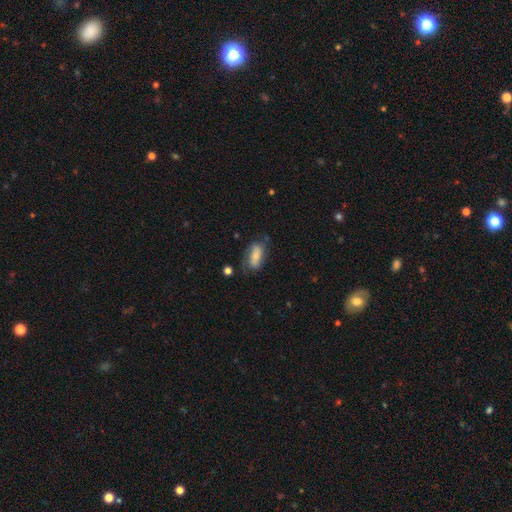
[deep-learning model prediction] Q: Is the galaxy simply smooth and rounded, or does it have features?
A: smooth — 60%.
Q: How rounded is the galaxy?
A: in between — 83%.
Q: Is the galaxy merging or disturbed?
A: none — 60%.